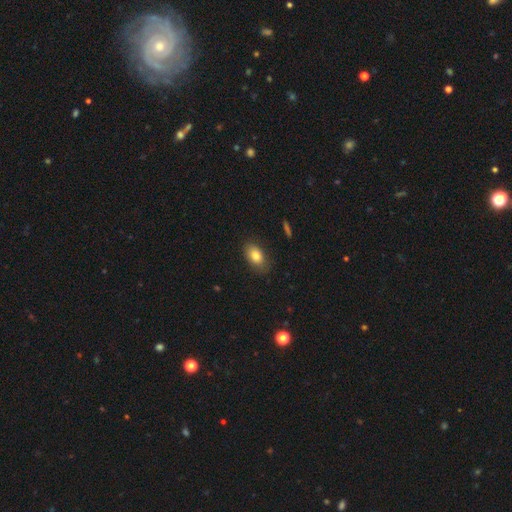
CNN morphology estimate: smooth-or-featured: smooth: 82% | featured or disk: 10% | star or artifact: 8%
  how-rounded: in between: 89% | round: 9% | cigar-shaped: 2%
  merging: none: 82% | minor disturbance: 13% | major disturbance: 3% | merger: 1%